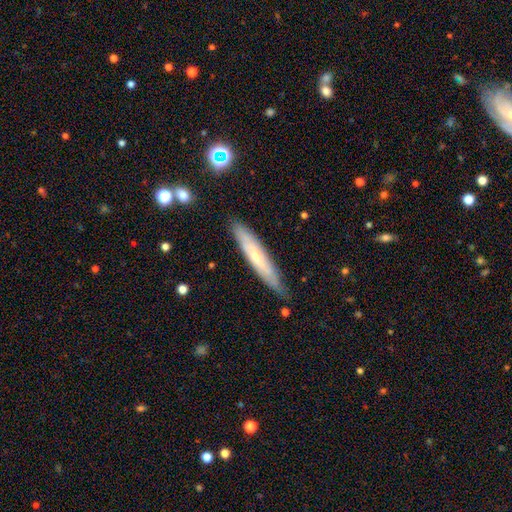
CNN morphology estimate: A smooth galaxy with no disk features (49%).

Vote fractions:
- Smooth or featured? smooth: 49% / featured or disk: 45% / star or artifact: 7%
- Merging? none: 81% / minor disturbance: 15% / major disturbance: 2% / merger: 2%